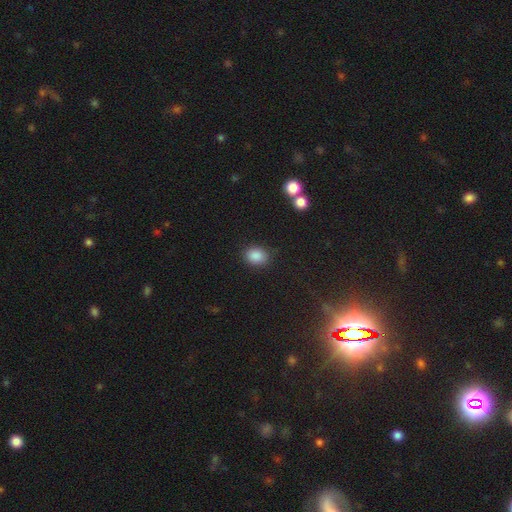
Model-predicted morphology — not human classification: Smooth or featured: smooth — 86% (star or artifact — 10%)
How rounded: in between — 53% (round — 45%)
Merging: none — 84% (minor disturbance — 11%)